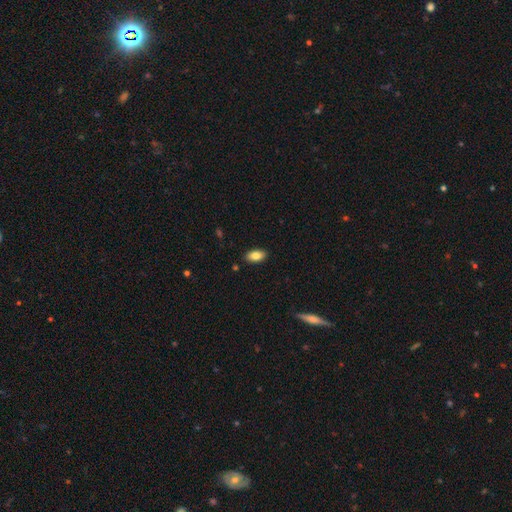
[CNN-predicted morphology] smooth 82%, featured or disk 11%, star or artifact 7%. Down the decision tree: how rounded — in between (92%); merging — none (88%).